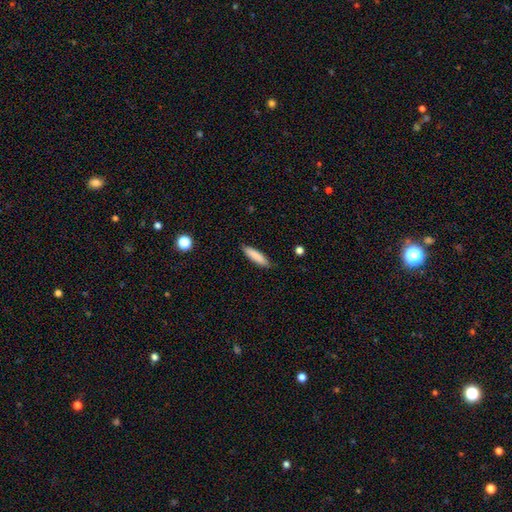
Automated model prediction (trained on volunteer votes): Morphology: type=smooth (86%); roundness=cigar-shaped (74%); merging=none (86%).